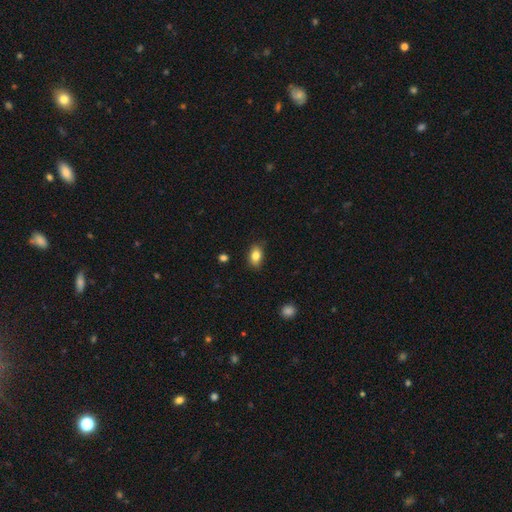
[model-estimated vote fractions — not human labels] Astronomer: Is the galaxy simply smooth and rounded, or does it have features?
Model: smooth — 83%.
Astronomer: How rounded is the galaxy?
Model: in between — 86%.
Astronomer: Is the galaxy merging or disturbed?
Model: none — 83%.